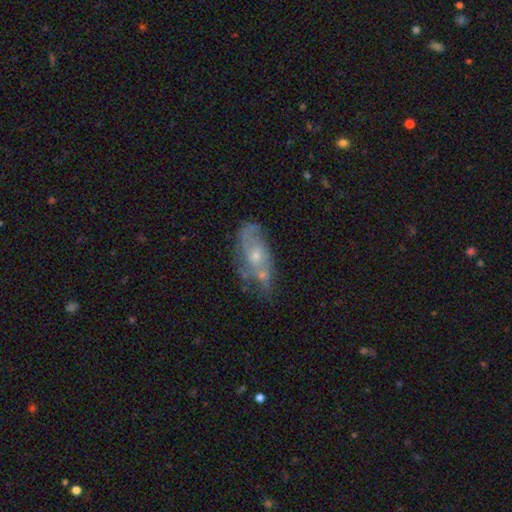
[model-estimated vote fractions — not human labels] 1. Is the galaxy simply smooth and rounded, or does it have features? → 70% featured or disk, 22% smooth, 8% star or artifact.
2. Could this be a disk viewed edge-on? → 92% no, 8% yes.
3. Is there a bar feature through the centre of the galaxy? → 73% no, 23% weak, 4% strong.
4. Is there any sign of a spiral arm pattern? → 76% yes, 24% no.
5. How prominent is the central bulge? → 57% small, 37% moderate, 3% none, 2% large, 1% dominant.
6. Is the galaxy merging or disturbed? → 50% none, 24% minor disturbance, 13% major disturbance, 13% merger.